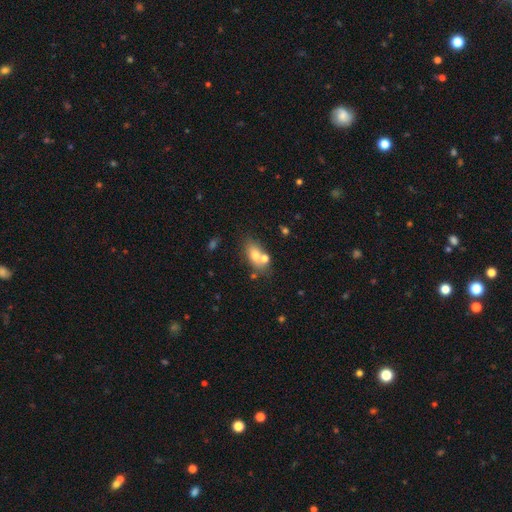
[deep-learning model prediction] smooth 69%, featured or disk 21%, star or artifact 10%. Down the decision tree: how rounded — in between (80%); merging — none (50%).